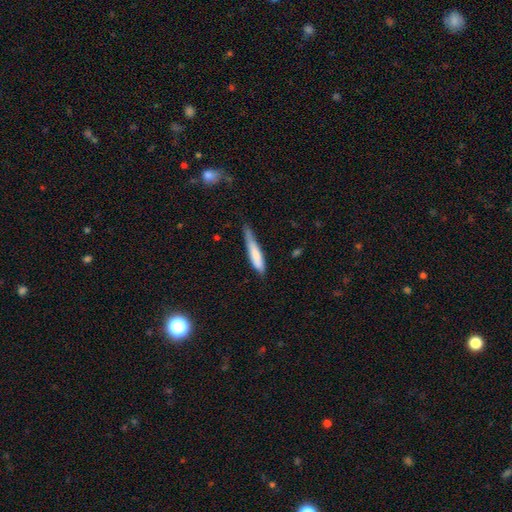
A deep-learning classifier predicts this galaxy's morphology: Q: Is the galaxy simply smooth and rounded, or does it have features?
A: smooth — 74%.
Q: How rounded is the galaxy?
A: cigar-shaped — 86%.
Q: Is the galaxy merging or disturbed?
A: none — 46%.